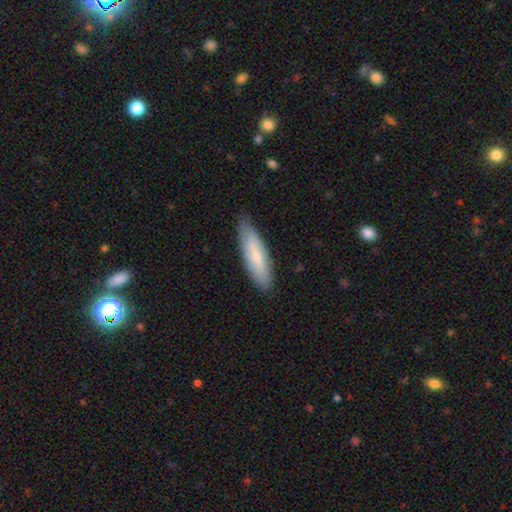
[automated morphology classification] Smooth or featured? smooth (67%)
How rounded? cigar-shaped (60%)
Merging? none (81%)